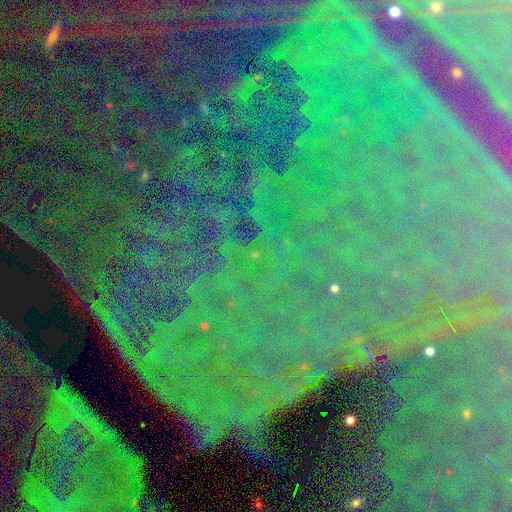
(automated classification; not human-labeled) This is clearly a star or artifact rather than a galaxy (82%).